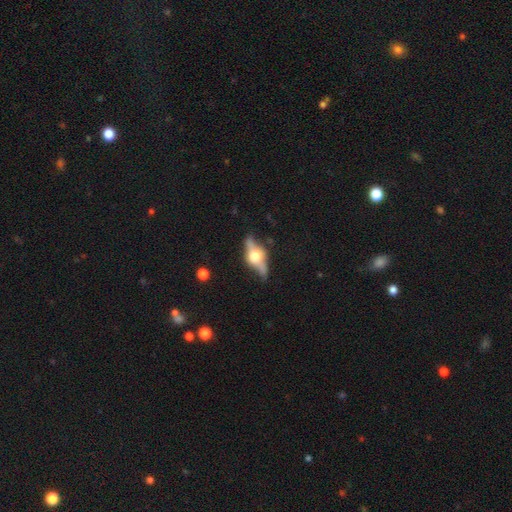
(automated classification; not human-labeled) Smooth or featured? featured or disk (77%)
Edge-on disk? yes (88%)
Edge-on bulge? rounded (94%)
Merging? none (72%)